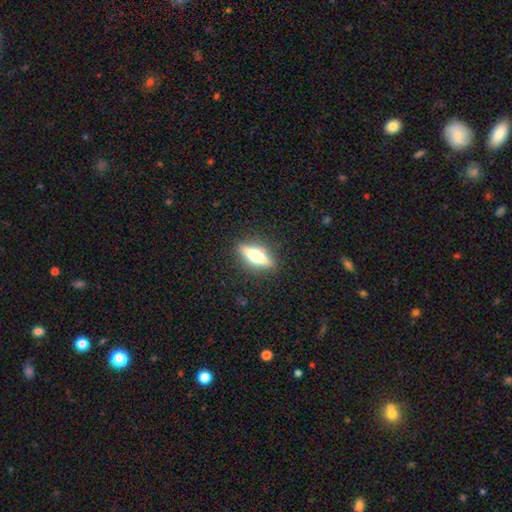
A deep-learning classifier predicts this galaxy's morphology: Smooth or featured?
  - featured or disk: 58% *
  - smooth: 35%
  - star or artifact: 8%
Edge-on disk?
  - yes: 93% *
  - no: 7%
Edge-on bulge?
  - rounded: 92% *
  - boxy: 5%
  - none: 3%
Merging?
  - none: 88% *
  - minor disturbance: 8%
  - major disturbance: 3%
  - merger: 1%